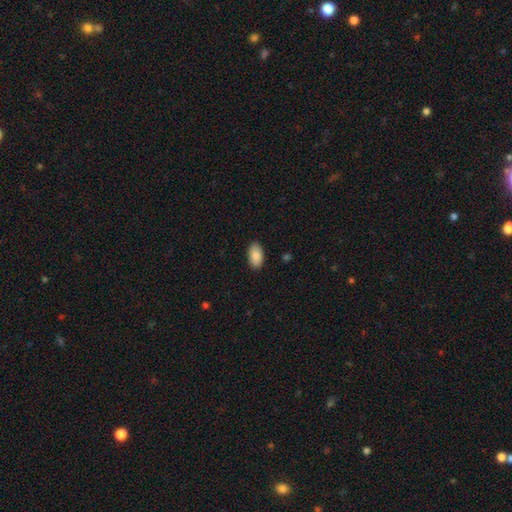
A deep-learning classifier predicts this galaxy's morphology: The model was most divided on "merging": none: 89%, minor disturbance: 8%, major disturbance: 2%, merger: 1%. More confident: how rounded — in between (95%); smooth or featured — smooth (89%).